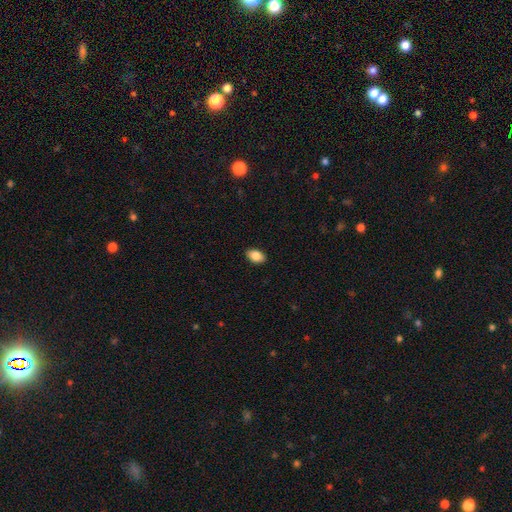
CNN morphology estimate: Overall: smooth (86%). How rounded: in between (89%). Merging: none (89%).